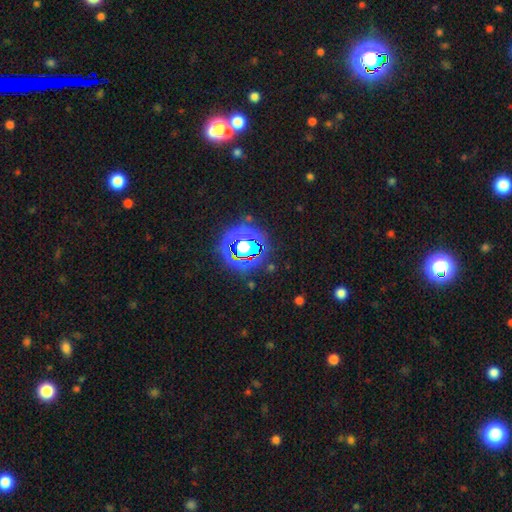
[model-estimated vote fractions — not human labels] star or artifact 80%, smooth 13%, featured or disk 7%.